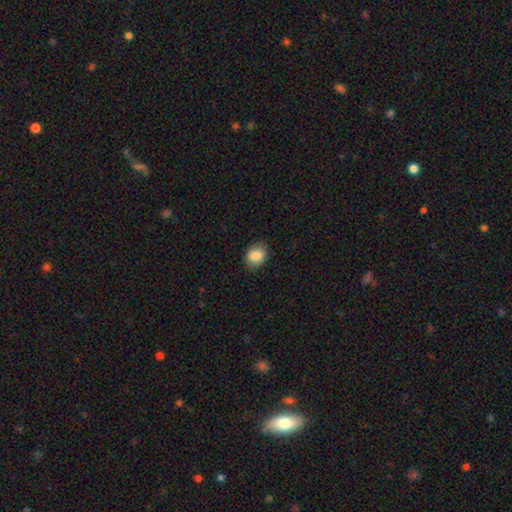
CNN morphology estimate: Smooth or featured?
  - smooth: 87% *
  - star or artifact: 8%
  - featured or disk: 5%
How rounded?
  - in between: 59% *
  - round: 40%
  - cigar-shaped: 1%
Merging?
  - none: 84% *
  - minor disturbance: 12%
  - major disturbance: 3%
  - merger: 1%